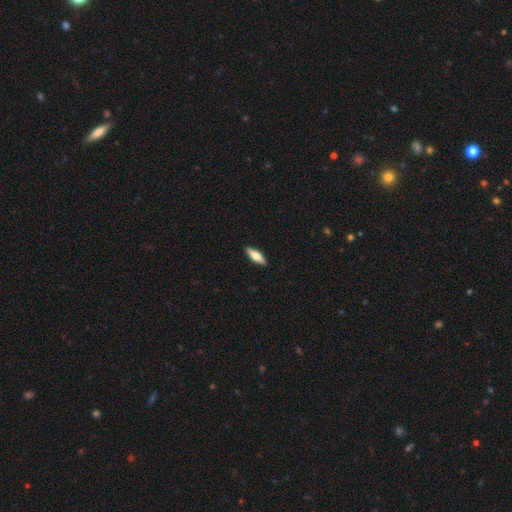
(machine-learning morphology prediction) A smooth galaxy with no disk features (57%) that is cigar-shaped (53%).

Vote fractions:
- Smooth or featured? smooth: 57% / featured or disk: 37% / star or artifact: 6%
- How rounded? cigar-shaped: 53% / in between: 44% / round: 2%
- Merging? none: 90% / minor disturbance: 7% / major disturbance: 2% / merger: 1%